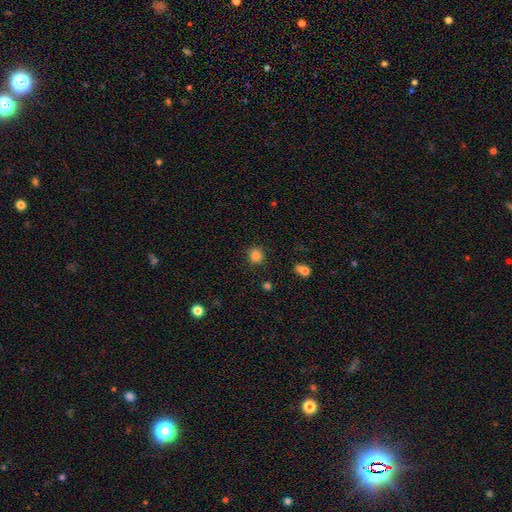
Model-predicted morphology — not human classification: Q: Smooth or featured?
A: smooth (85%); runner-up: star or artifact (11%)
Q: How rounded?
A: round (91%); runner-up: in between (8%)
Q: Merging?
A: none (89%); runner-up: minor disturbance (7%)